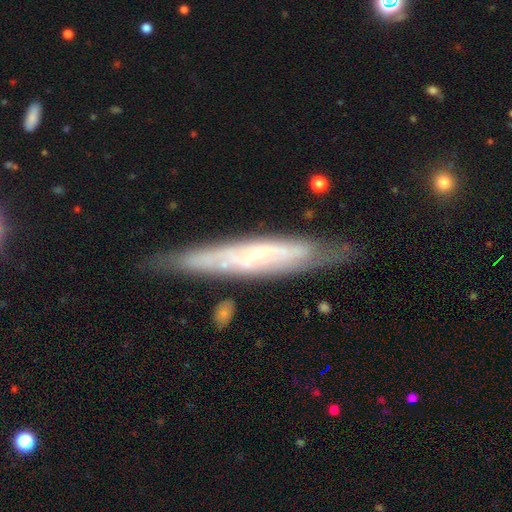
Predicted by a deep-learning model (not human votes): This is likely a featured or disk galaxy (73%). It is possibly viewed edge-on (54%). Merging: likely none (76%).